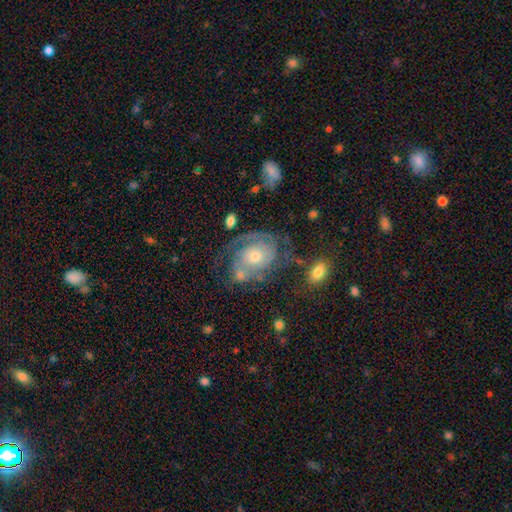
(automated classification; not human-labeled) Smooth or featured: featured or disk — 81% (smooth — 12%)
Edge-on disk: no — 97% (yes — 3%)
Bar: no — 77% (weak — 19%)
Spiral arms: yes — 93% (no — 7%)
Spiral winding: tight — 59% (medium — 31%)
Spiral arm count: 2 — 48% (can't tell — 23%)
Bulge size: moderate — 49% (small — 43%)
Merging: none — 57% (minor disturbance — 19%)